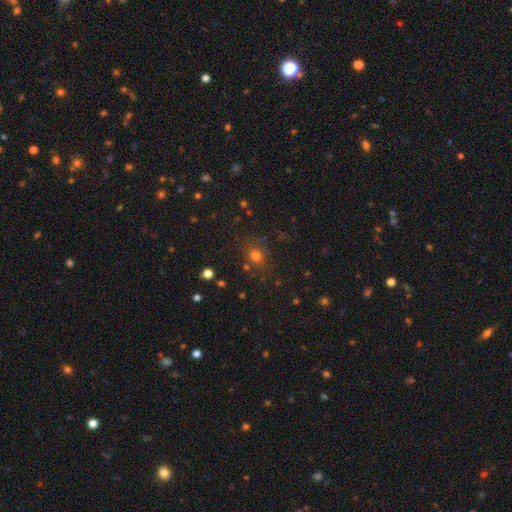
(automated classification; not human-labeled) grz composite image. It shows a smooth galaxy with no disk features (73%) that is round (81%). Merging: none (78%).